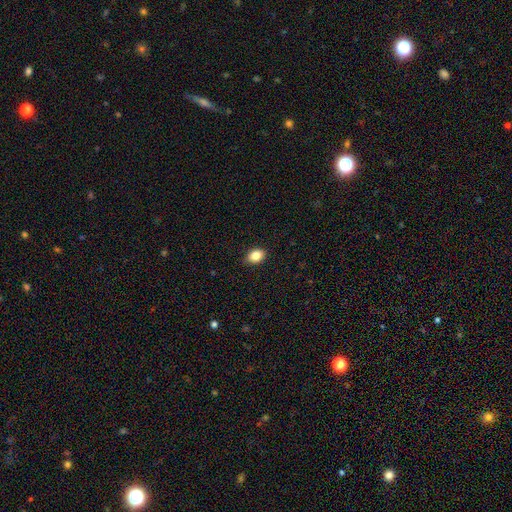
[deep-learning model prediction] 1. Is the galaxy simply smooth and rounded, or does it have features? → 85% smooth, 9% star or artifact, 6% featured or disk.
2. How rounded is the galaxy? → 71% in between, 28% round, 1% cigar-shaped.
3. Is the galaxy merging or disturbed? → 86% none, 11% minor disturbance, 2% major disturbance, 1% merger.